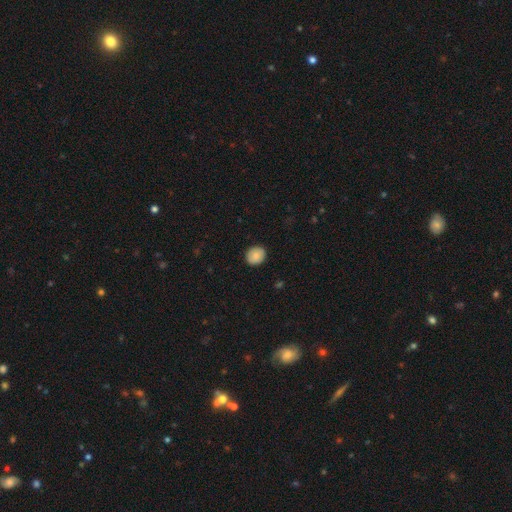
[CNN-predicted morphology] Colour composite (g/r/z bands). It shows a smooth galaxy with no disk features (83%) that is round (74%). Merging: none (88%).